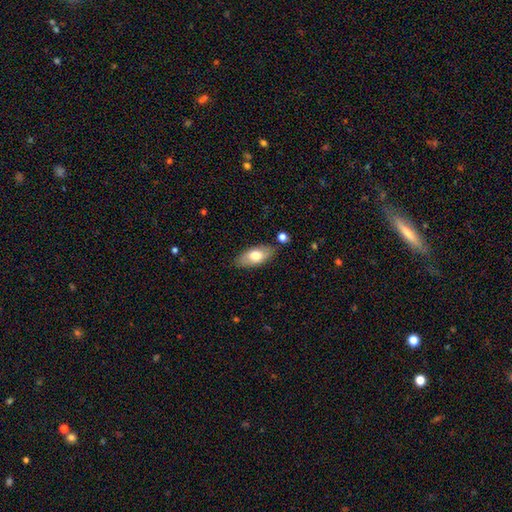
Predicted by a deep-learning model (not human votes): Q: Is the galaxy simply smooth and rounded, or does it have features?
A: smooth — 70%.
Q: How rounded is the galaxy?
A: in between — 88%.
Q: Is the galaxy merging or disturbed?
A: none — 83%.